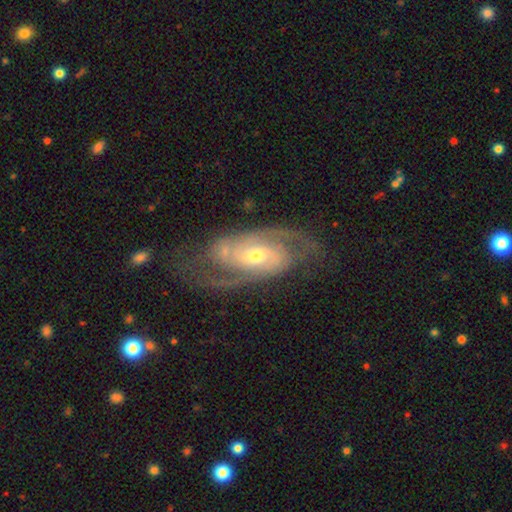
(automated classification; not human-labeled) Smooth or featured? featured or disk (89%)
Edge-on disk? no (95%)
Bar? no (50%)
Spiral arms? yes (97%)
Spiral winding? tight (46%)
Spiral arm count? 2 (72%)
Bulge size? moderate (57%)
Merging? none (70%)